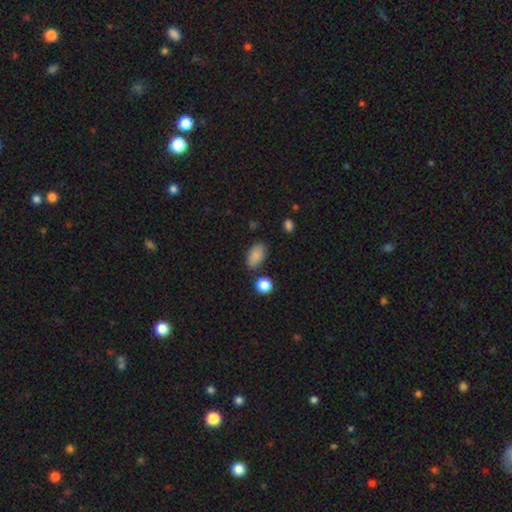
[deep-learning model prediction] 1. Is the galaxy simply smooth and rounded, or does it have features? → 85% smooth, 9% star or artifact, 6% featured or disk.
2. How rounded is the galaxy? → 90% in between, 7% round, 2% cigar-shaped.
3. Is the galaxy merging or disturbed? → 74% none, 16% minor disturbance, 6% merger, 4% major disturbance.